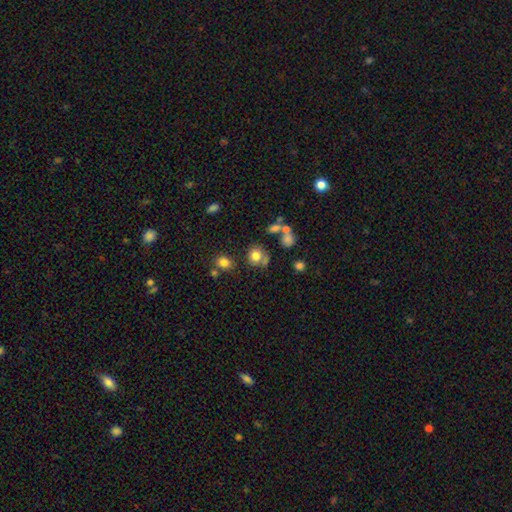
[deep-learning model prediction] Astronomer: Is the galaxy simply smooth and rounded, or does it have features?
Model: smooth — 77%.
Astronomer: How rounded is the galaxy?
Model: round — 80%.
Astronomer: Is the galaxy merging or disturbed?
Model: none — 62%.